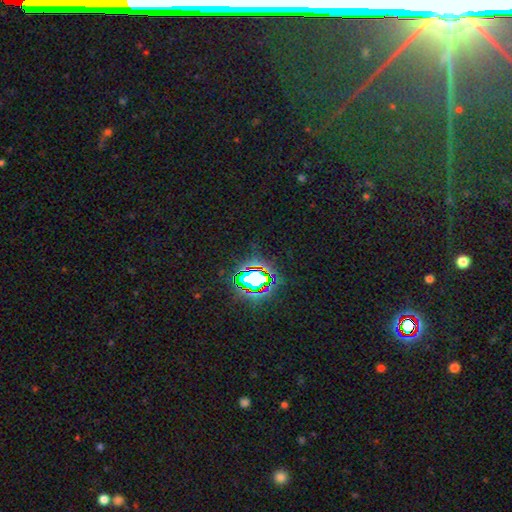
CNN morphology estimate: This appears to be a star or artifact, not a galaxy (81%).